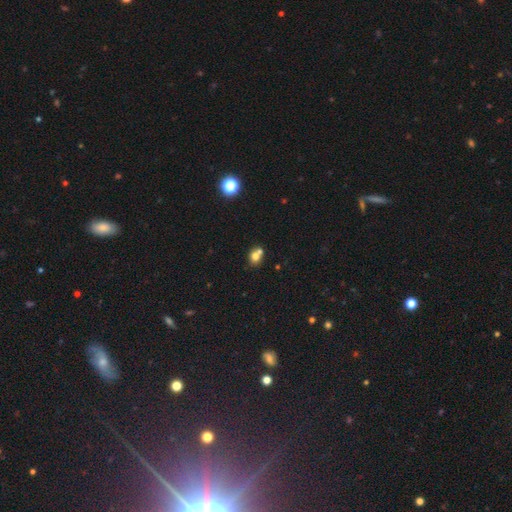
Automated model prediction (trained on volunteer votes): Overall: smooth (73%). How rounded: round (68%; in between 31%). Merging: merger (45%; none 43%).